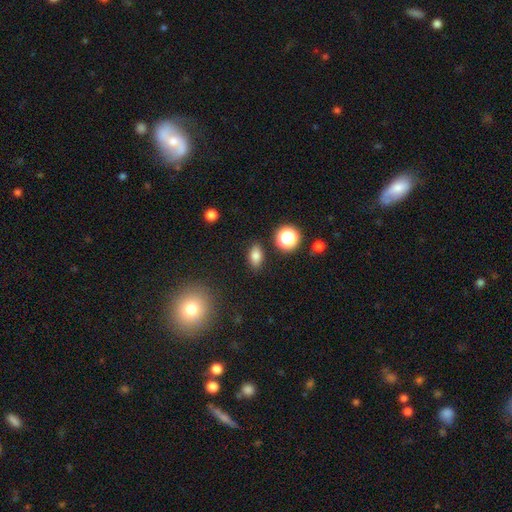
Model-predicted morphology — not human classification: Smooth or featured? Predicted: smooth (p=0.78). How rounded? Predicted: in between (p=0.83). Merging? Predicted: none (p=0.86).